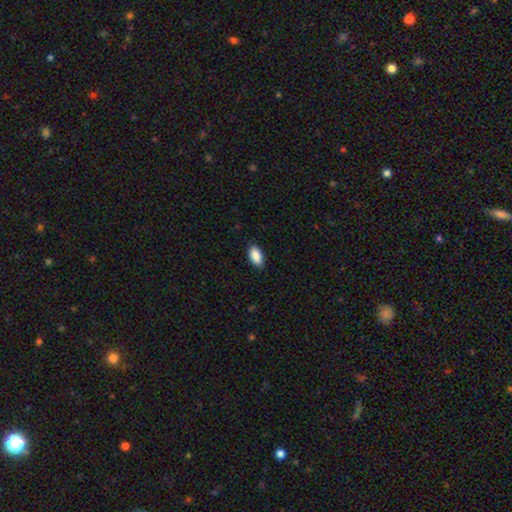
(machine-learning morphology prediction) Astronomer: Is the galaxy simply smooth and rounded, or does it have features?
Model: smooth — 89%.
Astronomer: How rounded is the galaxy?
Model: in between — 93%.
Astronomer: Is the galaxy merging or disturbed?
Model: none — 87%.